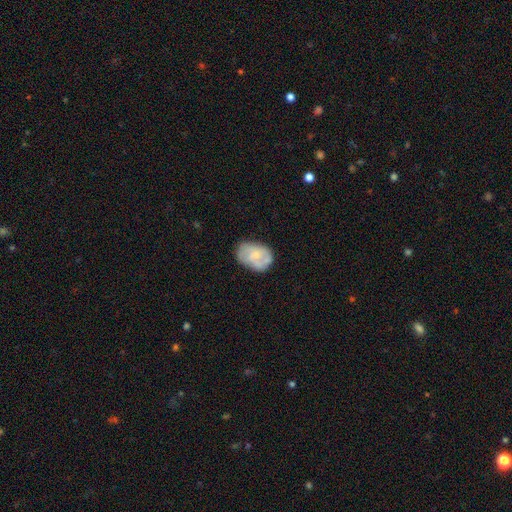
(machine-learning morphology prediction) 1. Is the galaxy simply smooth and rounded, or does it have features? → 50% smooth, 42% featured or disk, 7% star or artifact.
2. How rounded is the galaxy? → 78% in between, 20% round, 1% cigar-shaped.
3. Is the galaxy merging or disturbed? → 62% none, 26% minor disturbance, 9% major disturbance, 3% merger.